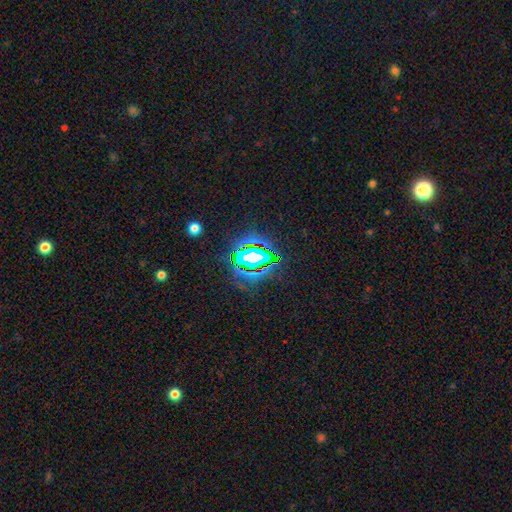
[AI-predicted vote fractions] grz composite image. It shows a star or artifact, not a galaxy (71%).